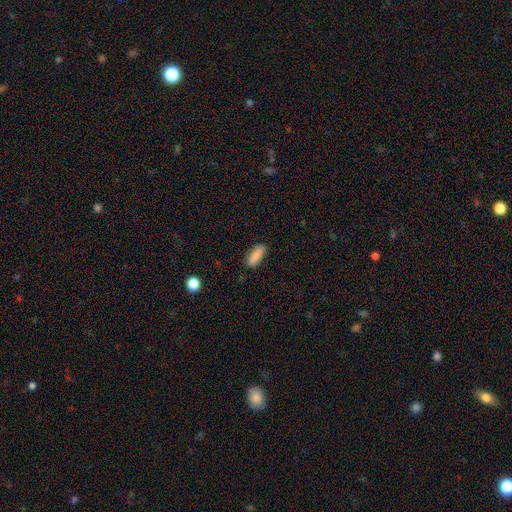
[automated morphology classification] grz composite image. It shows a smooth galaxy with no disk features (86%) that is in between round and cigar-shaped (61%). Merging: none (83%).